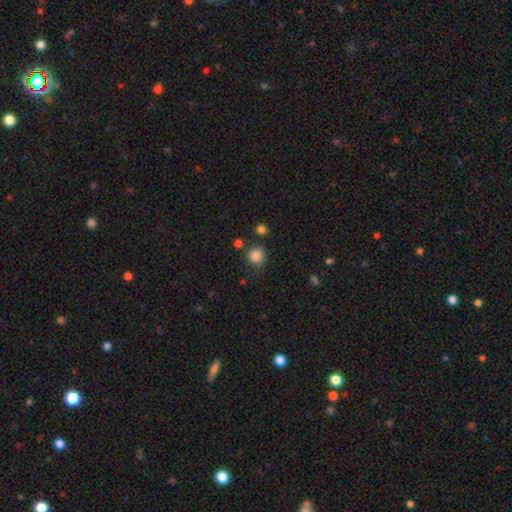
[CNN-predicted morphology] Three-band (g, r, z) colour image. It shows a smooth galaxy with no disk features (83%) that is round (84%). Merging: none (70%).